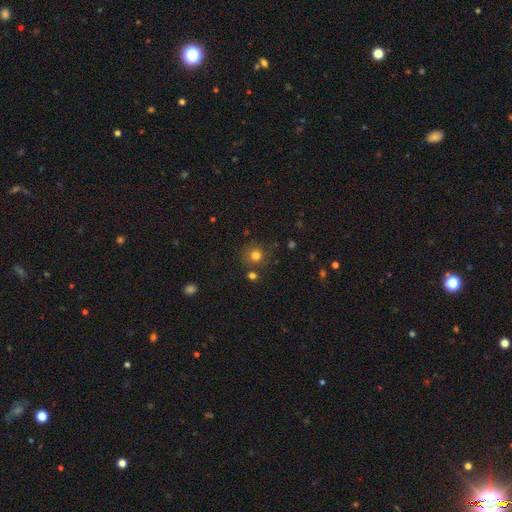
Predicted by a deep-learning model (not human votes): smooth 78%, star or artifact 15%, featured or disk 8%. Down the decision tree: how rounded — round (91%); merging — none (78%).